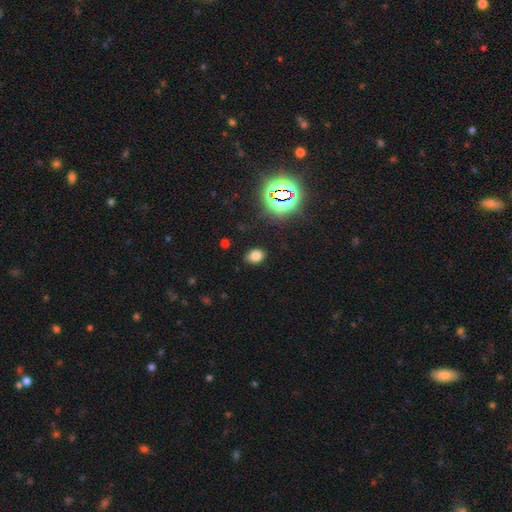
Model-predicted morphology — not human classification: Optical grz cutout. It shows a smooth galaxy with no disk features (73%) that is in between round and cigar-shaped (72%). Merging: none (84%).